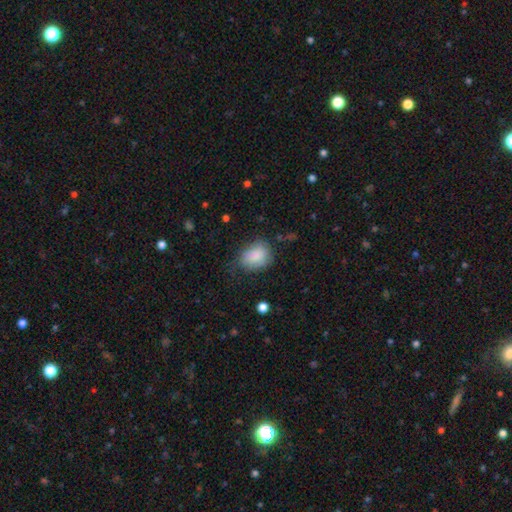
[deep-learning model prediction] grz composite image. It shows a smooth galaxy with no disk features (83%) that is in between round and cigar-shaped (57%). Merging: none (55%).